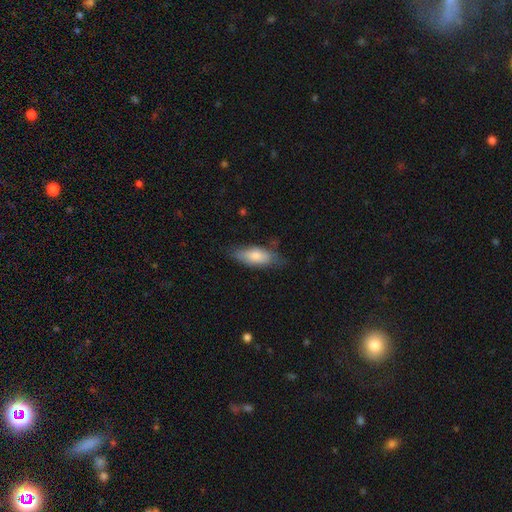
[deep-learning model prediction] Overall: smooth (73%). How rounded: in between (72%). Merging: none (68%).